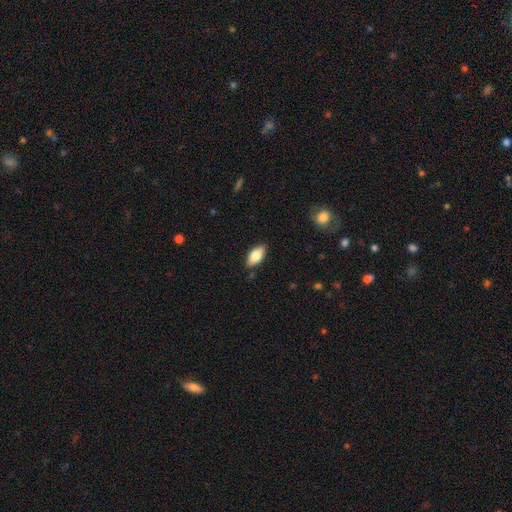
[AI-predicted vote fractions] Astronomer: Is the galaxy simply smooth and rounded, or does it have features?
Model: smooth — 78%.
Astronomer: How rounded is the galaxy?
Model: in between — 89%.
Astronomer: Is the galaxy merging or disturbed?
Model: none — 84%.